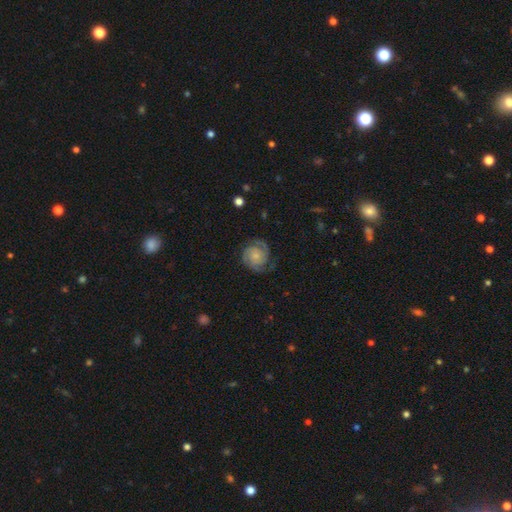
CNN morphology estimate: featured or disk 81%, smooth 13%, star or artifact 6%. Down the decision tree: edge-on disk — no (98%); bar — no (77%); spiral arms — yes (97%); spiral arm count — 2 (65%); spiral winding — tight (58%); bulge size — small (66%); merging — none (76%).